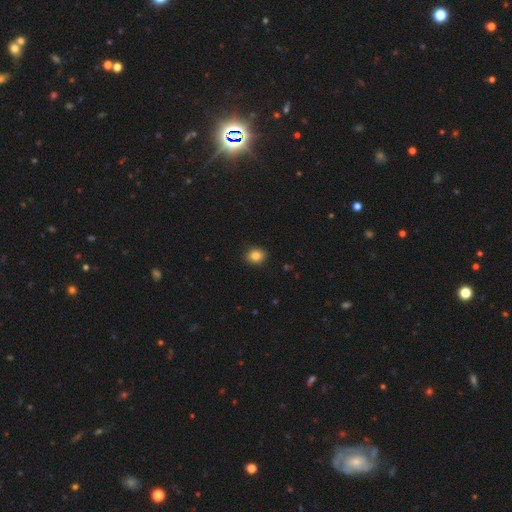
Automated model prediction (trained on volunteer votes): Q: Smooth or featured?
A: smooth (85%); runner-up: star or artifact (10%)
Q: How rounded?
A: round (56%); runner-up: in between (43%)
Q: Merging?
A: none (90%); runner-up: minor disturbance (8%)